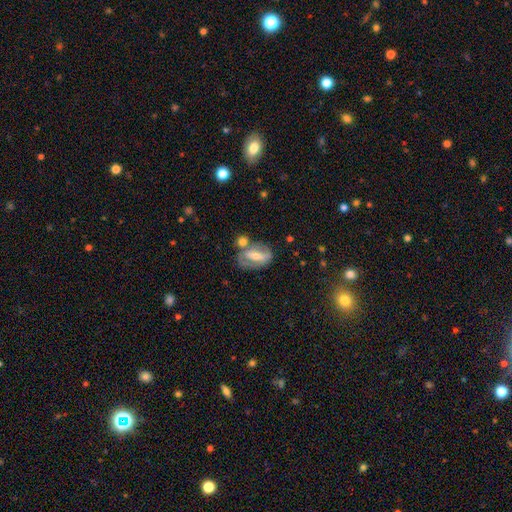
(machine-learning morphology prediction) smooth_or_featured: featured or disk (p=0.54) [alt: smooth p=0.39]
disk_edge_on: no (p=0.86) [alt: yes p=0.14]
merging: none (p=0.45) [alt: merger p=0.25]